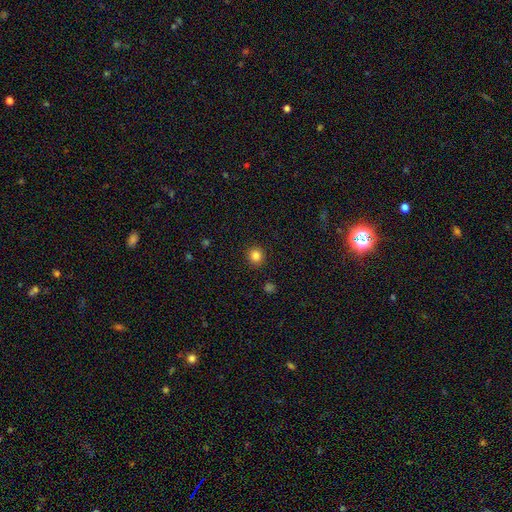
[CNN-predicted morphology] Smooth or featured?
  - smooth: 84% *
  - star or artifact: 12%
  - featured or disk: 5%
How rounded?
  - round: 92% *
  - in between: 7%
  - cigar-shaped: 1%
Merging?
  - none: 92% *
  - minor disturbance: 5%
  - major disturbance: 2%
  - merger: 1%